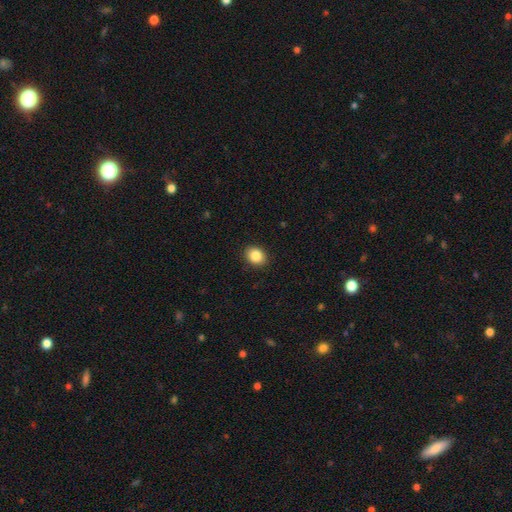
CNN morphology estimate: This appears to be a smooth galaxy with no disk features (87%) that is round (51%). Merging: none (90%).